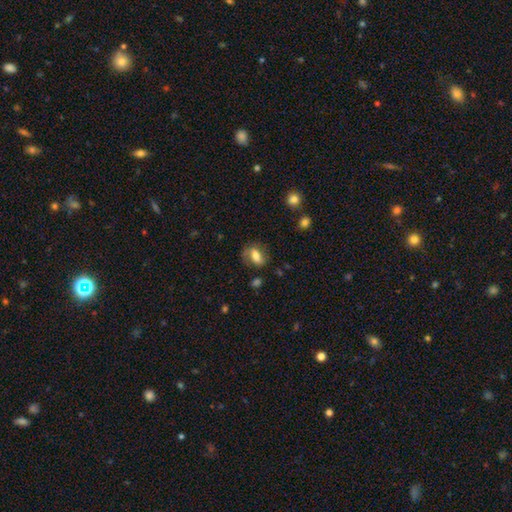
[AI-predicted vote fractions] A smooth galaxy with no disk features (62%) that is in between round and cigar-shaped (80%). Merging: none (61%).